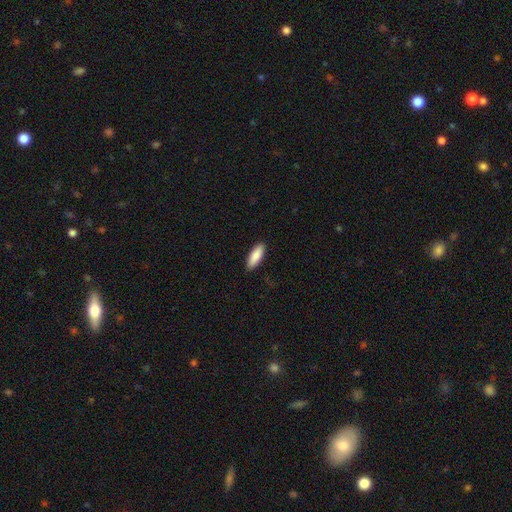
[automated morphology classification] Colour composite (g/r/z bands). It shows a smooth galaxy with no disk features (86%) that is in between round and cigar-shaped (67%). Merging: none (90%).